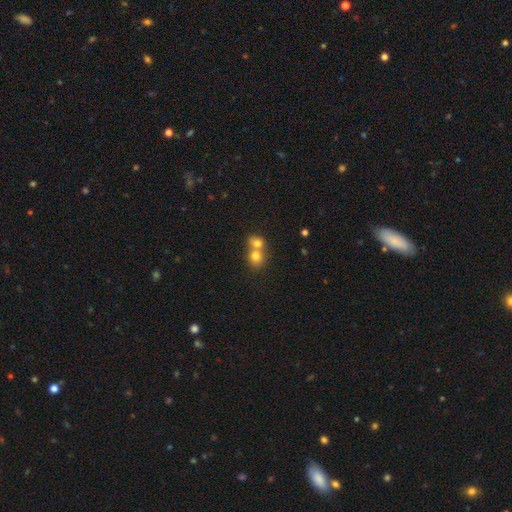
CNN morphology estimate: A smooth galaxy with no disk features (75%) that is round (72%). Merging: merger (64%).